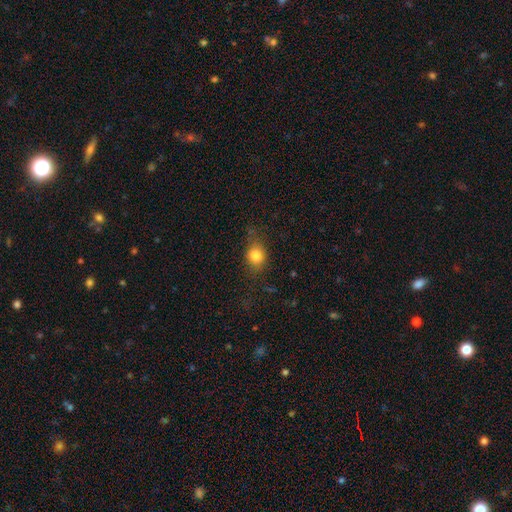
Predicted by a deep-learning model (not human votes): Smooth or featured: smooth — 79% (star or artifact — 11%)
How rounded: round — 60% (in between — 39%)
Merging: none — 65% (minor disturbance — 23%)